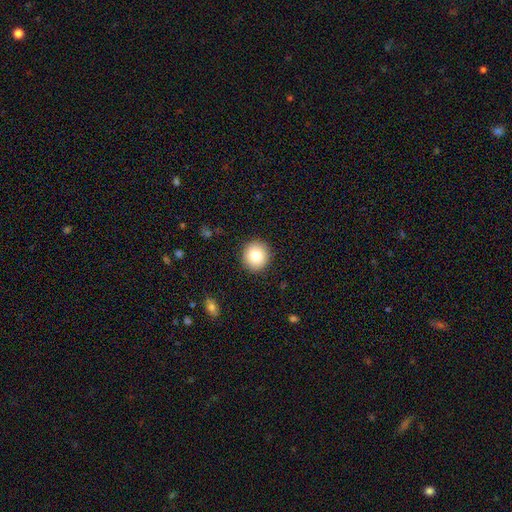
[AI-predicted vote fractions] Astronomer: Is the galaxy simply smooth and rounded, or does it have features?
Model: smooth — 81%.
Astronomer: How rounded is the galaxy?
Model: round — 90%.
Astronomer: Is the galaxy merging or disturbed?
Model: none — 91%.